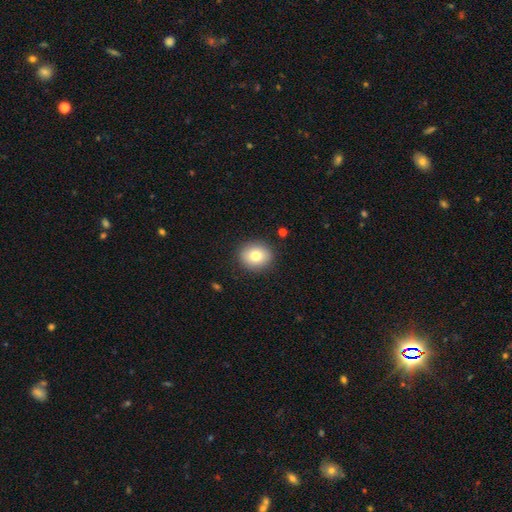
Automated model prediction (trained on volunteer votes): Q: Smooth or featured?
A: smooth (80%); runner-up: featured or disk (11%)
Q: How rounded?
A: round (72%); runner-up: in between (27%)
Q: Merging?
A: none (89%); runner-up: minor disturbance (8%)